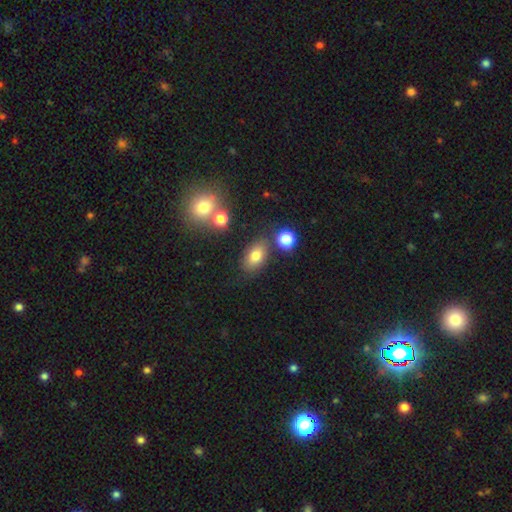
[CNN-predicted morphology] Smooth or featured?
  - smooth: 76% *
  - featured or disk: 12%
  - star or artifact: 12%
How rounded?
  - in between: 85% *
  - round: 13%
  - cigar-shaped: 2%
Merging?
  - none: 72% *
  - minor disturbance: 14%
  - merger: 9%
  - major disturbance: 5%